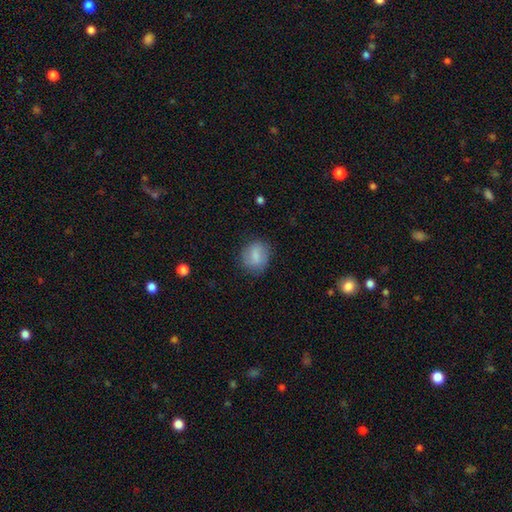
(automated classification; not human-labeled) smooth-or-featured: smooth: 80% | featured or disk: 12% | star or artifact: 8%
  how-rounded: round: 61% | in between: 37% | cigar-shaped: 1%
  merging: none: 76% | minor disturbance: 17% | major disturbance: 5% | merger: 1%